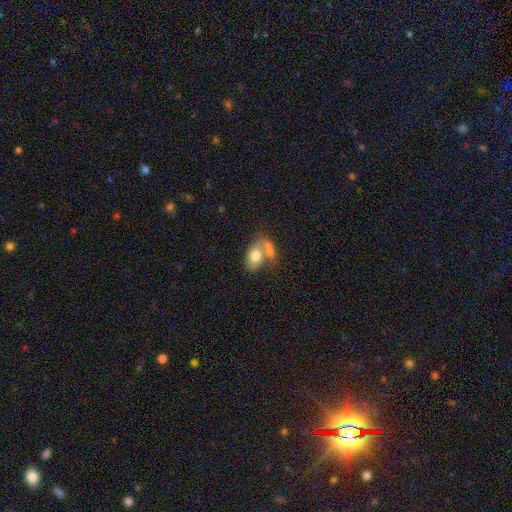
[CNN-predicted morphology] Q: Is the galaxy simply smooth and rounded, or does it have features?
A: smooth — 68%.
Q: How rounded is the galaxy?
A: in between — 79%.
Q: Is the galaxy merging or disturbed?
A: merger — 55%.